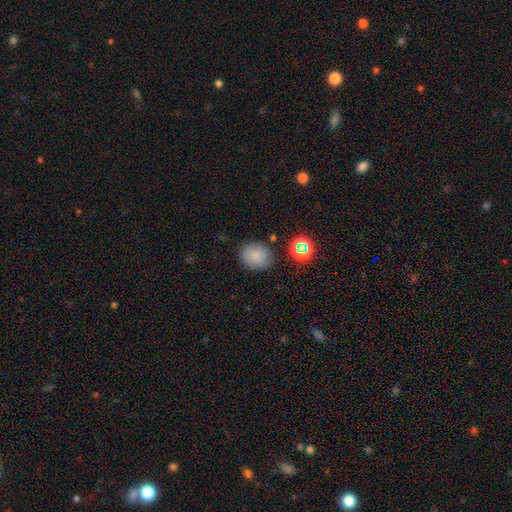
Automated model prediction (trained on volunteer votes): Q: Smooth or featured?
A: smooth (78%); runner-up: star or artifact (13%)
Q: How rounded?
A: round (72%); runner-up: in between (27%)
Q: Merging?
A: none (80%); runner-up: minor disturbance (13%)